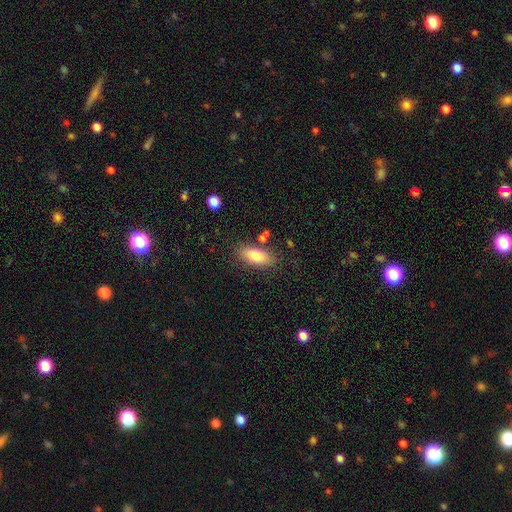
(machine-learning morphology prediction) Smooth or featured: smooth — 81% (featured or disk — 11%)
How rounded: in between — 83% (cigar-shaped — 14%)
Merging: none — 79% (minor disturbance — 13%)